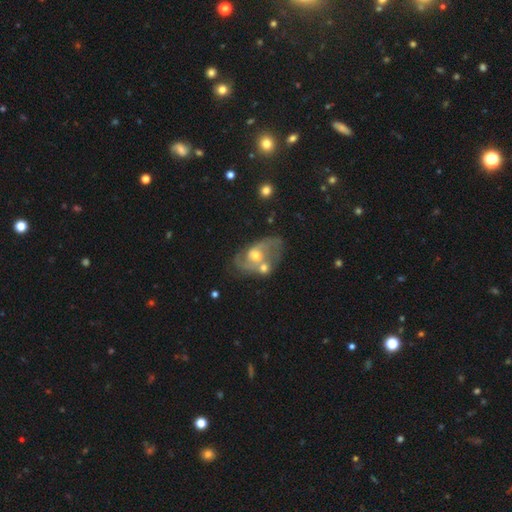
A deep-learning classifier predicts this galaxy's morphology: A featured or disk galaxy (75%) with no bar (61%), 2 (72%) medium (48%) spiral arms (83%) and a moderate central bulge (65%). Merging: none (35%).